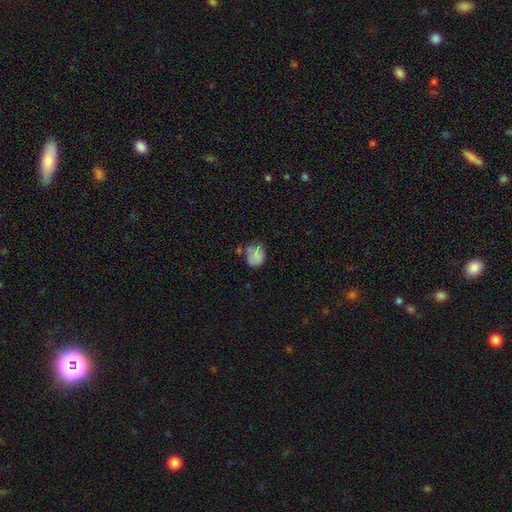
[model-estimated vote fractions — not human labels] Smooth or featured? smooth (76%)
How rounded? round (58%)
Merging? none (47%)